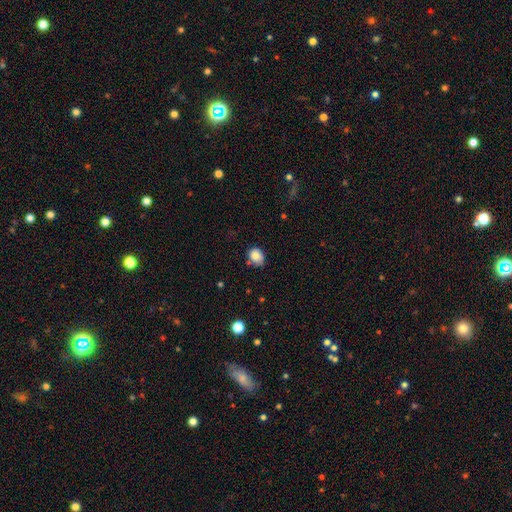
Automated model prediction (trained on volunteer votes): This appears to be a smooth galaxy with no disk features (83%) that is in between round and cigar-shaped (55%). Merging: none (61%).